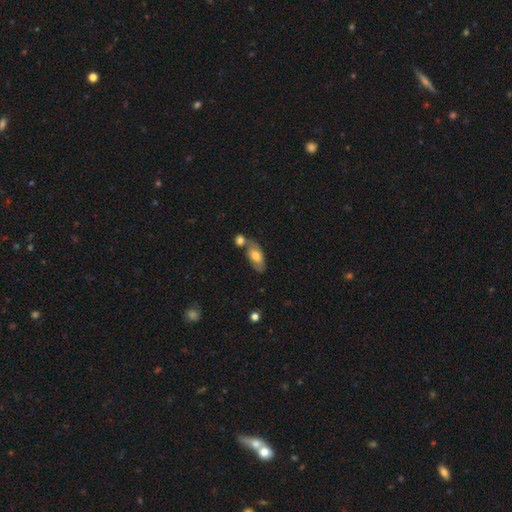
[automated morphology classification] A smooth galaxy with no disk features (66%) that is in between round and cigar-shaped (88%).

Vote fractions:
- Smooth or featured? smooth: 66% / featured or disk: 27% / star or artifact: 7%
- How rounded? in between: 88% / cigar-shaped: 8% / round: 4%
- Merging? none: 52% / merger: 28% / minor disturbance: 15% / major disturbance: 5%